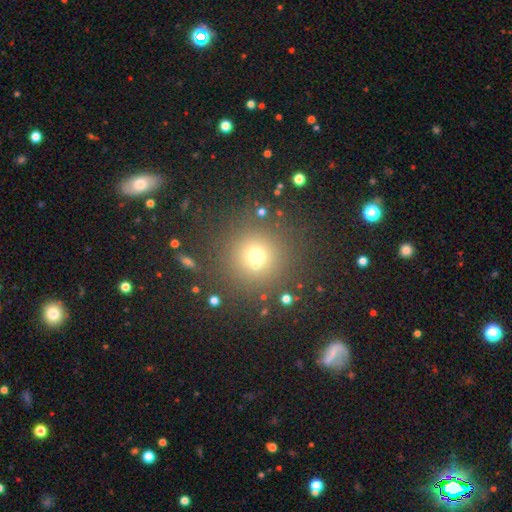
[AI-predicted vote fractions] This is likely a smooth galaxy (66%). How rounded: clearly round (94%). Merging: likely none (77%).